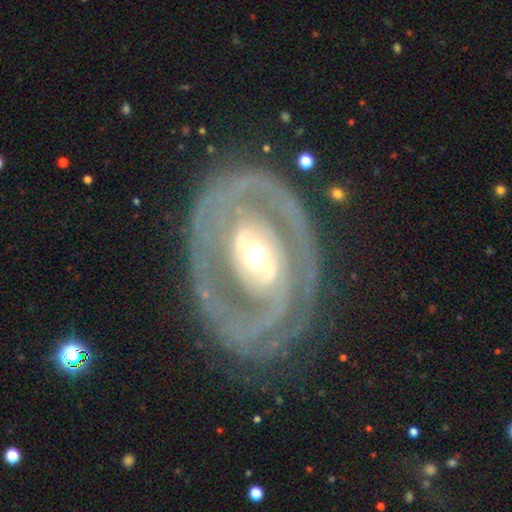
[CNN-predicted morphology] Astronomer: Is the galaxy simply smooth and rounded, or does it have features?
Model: featured or disk — 87%.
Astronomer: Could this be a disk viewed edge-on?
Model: no — 96%.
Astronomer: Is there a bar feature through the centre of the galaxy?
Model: no — 49% (runner-up: weak, 29%).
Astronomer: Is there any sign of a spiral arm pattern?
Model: yes — 83%.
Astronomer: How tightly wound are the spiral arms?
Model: tight — 63%.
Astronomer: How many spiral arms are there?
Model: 2 — 56%.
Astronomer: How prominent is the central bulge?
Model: moderate — 64%.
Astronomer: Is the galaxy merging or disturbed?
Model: none — 75%.